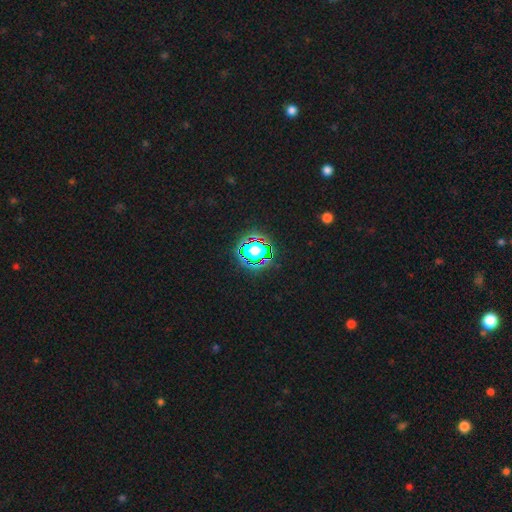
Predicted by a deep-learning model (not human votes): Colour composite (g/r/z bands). It shows a star or artifact, not a galaxy (58%).